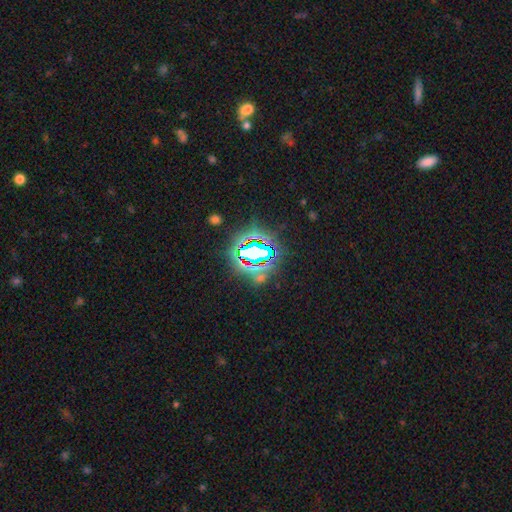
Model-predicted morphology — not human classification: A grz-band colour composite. It shows a star or artifact, not a galaxy (73%).